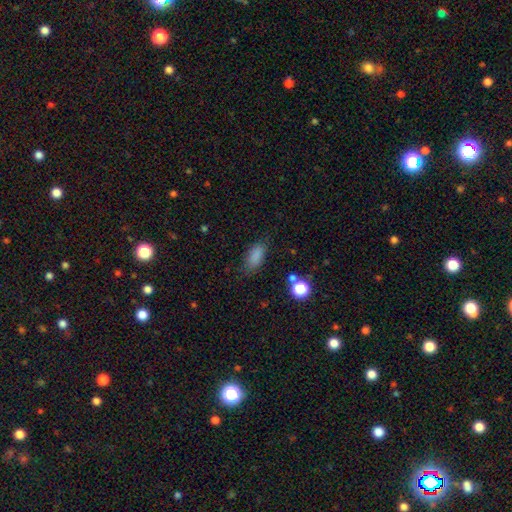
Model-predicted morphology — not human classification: Smooth or featured? smooth (83%)
How rounded? in between (83%)
Merging? none (74%)